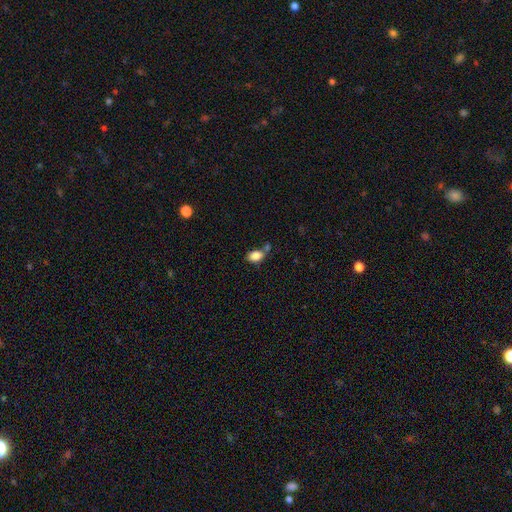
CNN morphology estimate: This appears to be a smooth galaxy with no disk features (86%) that is in between round and cigar-shaped (85%). Merging: none (51%).